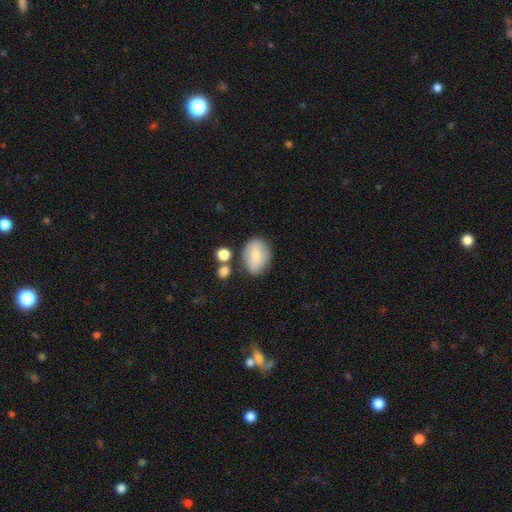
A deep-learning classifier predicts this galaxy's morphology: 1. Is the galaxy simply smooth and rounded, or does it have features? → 78% smooth, 15% featured or disk, 7% star or artifact.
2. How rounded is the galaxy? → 74% in between, 25% round, 1% cigar-shaped.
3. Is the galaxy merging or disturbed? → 66% none, 19% minor disturbance, 10% merger, 5% major disturbance.